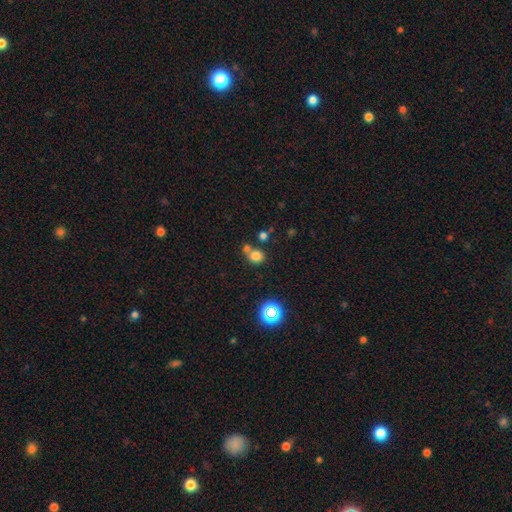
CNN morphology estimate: Q: Smooth or featured?
A: smooth (75%); runner-up: star or artifact (17%)
Q: How rounded?
A: round (77%); runner-up: in between (22%)
Q: Merging?
A: none (55%); runner-up: merger (33%)